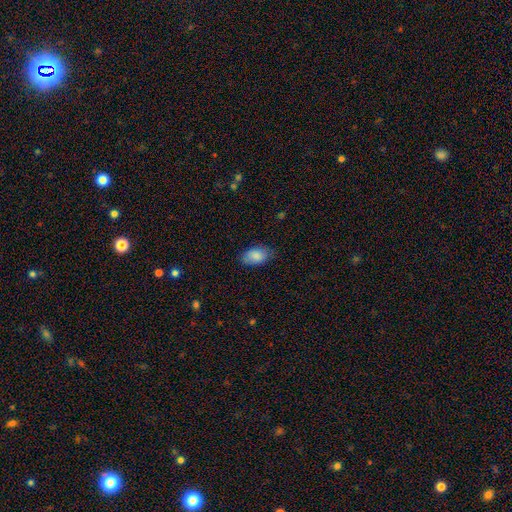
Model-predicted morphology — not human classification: Q: Smooth or featured?
A: smooth (86%); runner-up: featured or disk (8%)
Q: How rounded?
A: in between (92%); runner-up: round (6%)
Q: Merging?
A: none (77%); runner-up: minor disturbance (18%)